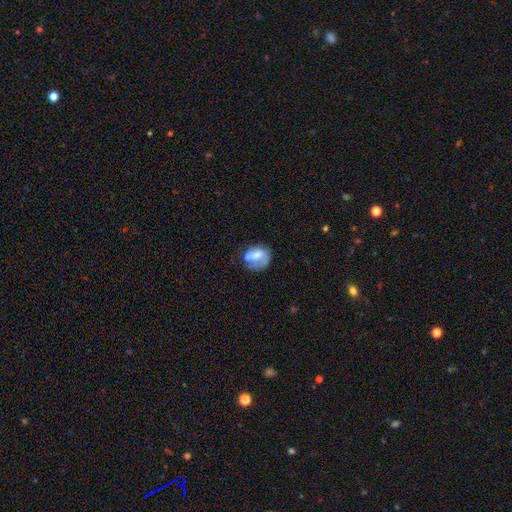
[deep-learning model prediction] The model was most divided on "how rounded": round: 55%, in between: 44%, cigar-shaped: 1%. Remaining: smooth or featured — smooth (53%); merging — none (40%).